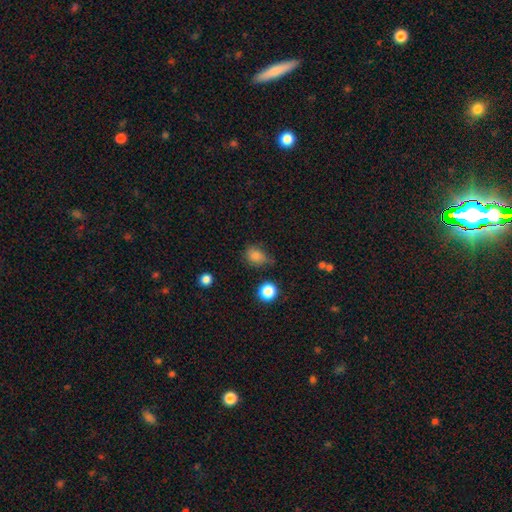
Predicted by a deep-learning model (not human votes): Smooth or featured? smooth (79%)
How rounded? in between (52%)
Merging? none (58%)